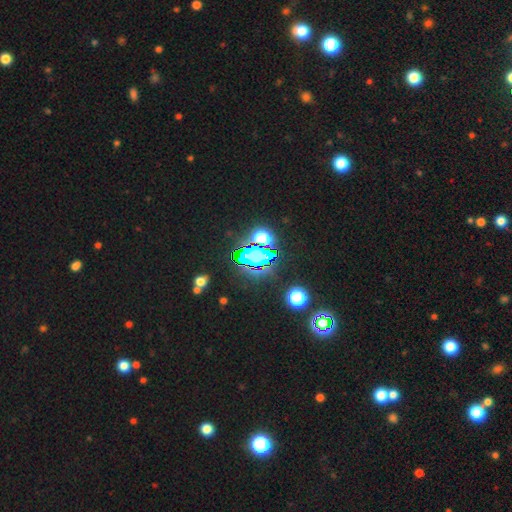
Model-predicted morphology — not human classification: Smooth or featured? Predicted: star or artifact (p=0.64).